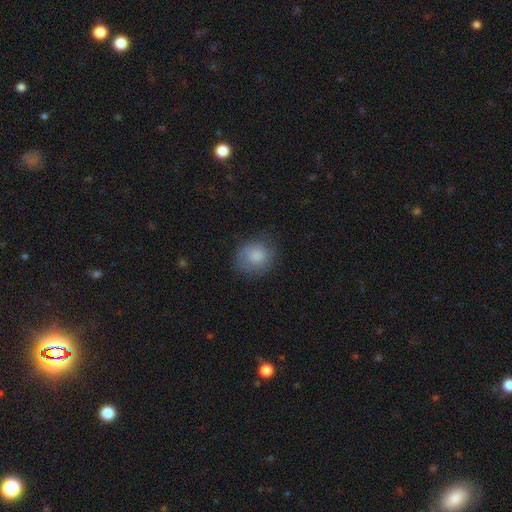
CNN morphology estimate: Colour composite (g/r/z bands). It shows a smooth galaxy with no disk features (83%) that is round (74%). Merging: none (74%).